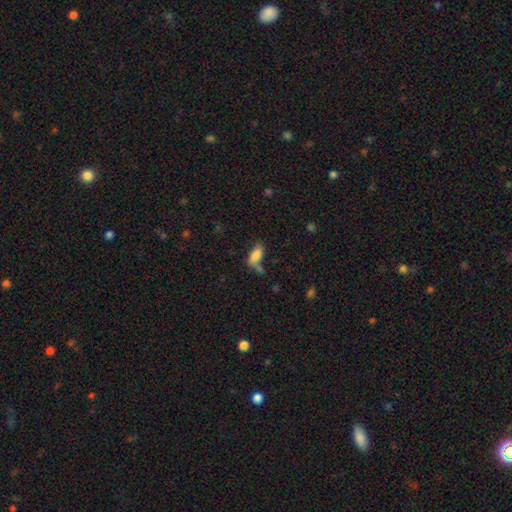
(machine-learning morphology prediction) Smooth or featured: smooth — 76% (featured or disk — 15%)
How rounded: in between — 84% (cigar-shaped — 12%)
Merging: none — 44% (minor disturbance — 25%)